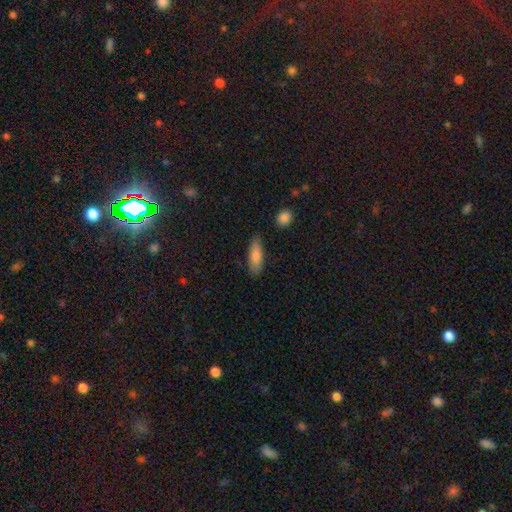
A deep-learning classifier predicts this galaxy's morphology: Overall: smooth (82%). How rounded: in between (61%; cigar-shaped 37%). Merging: none (81%).